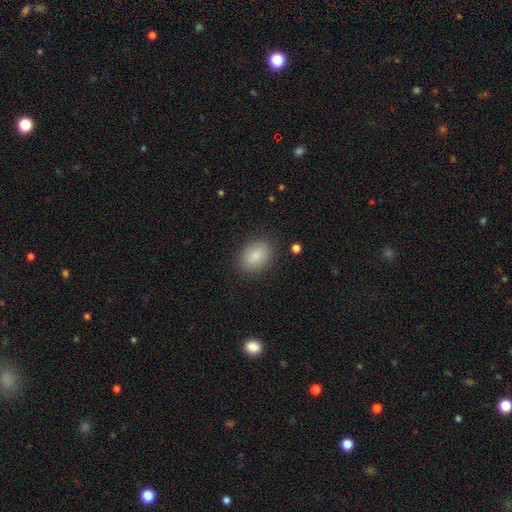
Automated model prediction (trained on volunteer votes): This is clearly a smooth galaxy (86%). How rounded: clearly in between (81%). Merging: clearly none (86%).